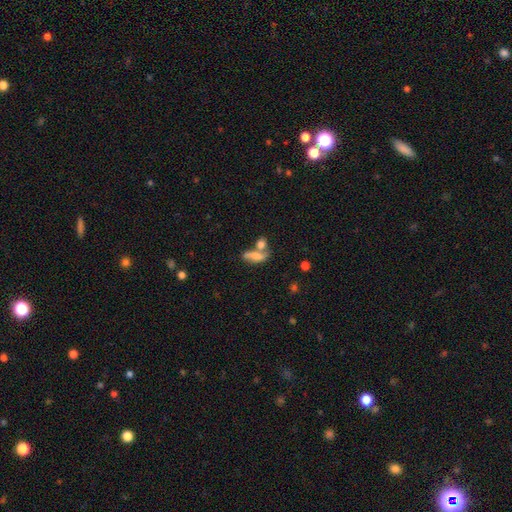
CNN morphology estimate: Smooth or featured? smooth (59%)
How rounded? in between (61%)
Merging? merger (41%)